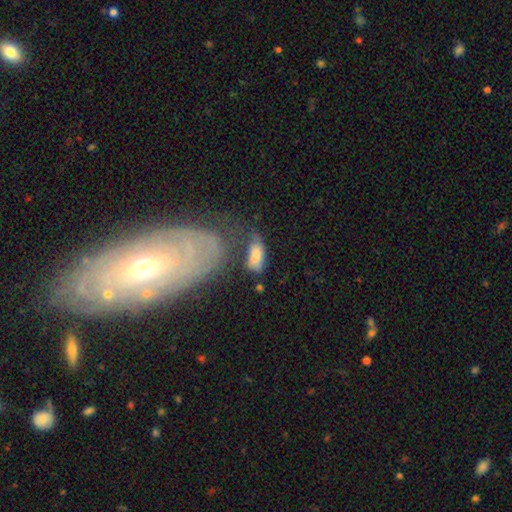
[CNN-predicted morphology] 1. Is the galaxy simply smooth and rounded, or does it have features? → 72% smooth, 19% featured or disk, 8% star or artifact.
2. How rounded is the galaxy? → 87% in between, 9% cigar-shaped, 4% round.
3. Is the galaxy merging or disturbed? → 37% none, 25% minor disturbance, 21% major disturbance, 17% merger.